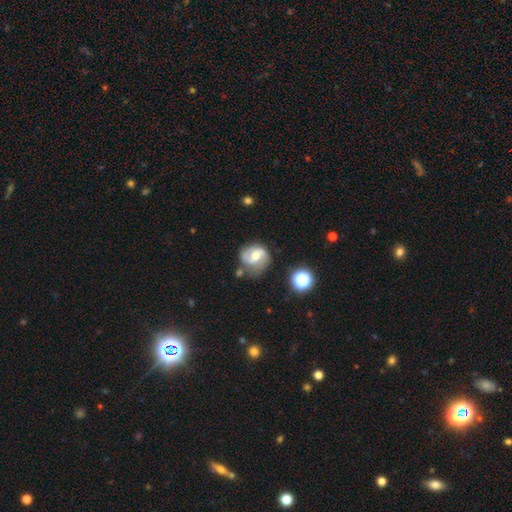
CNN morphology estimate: Smooth or featured? featured or disk (73%)
Edge-on disk? no (98%)
Bar? weak (47%)
Spiral arms? yes (91%)
Spiral winding? medium (48%)
Spiral arm count? 2 (83%)
Bulge size? moderate (65%)
Merging? none (60%)